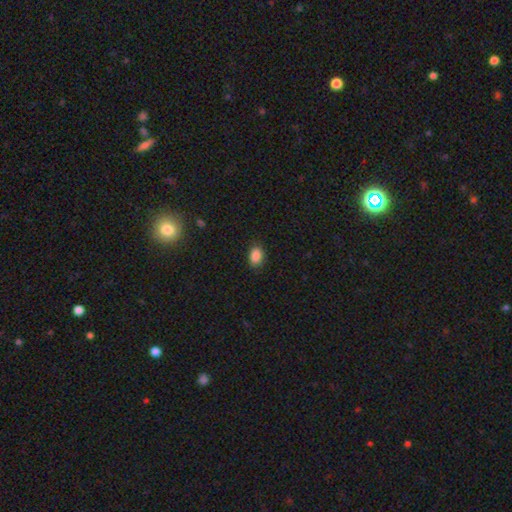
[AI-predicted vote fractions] smooth_or_featured: smooth (p=0.88) [alt: star or artifact p=0.09]
how_rounded: in between (p=0.82) [alt: round p=0.17]
merging: none (p=0.86) [alt: minor disturbance p=0.11]